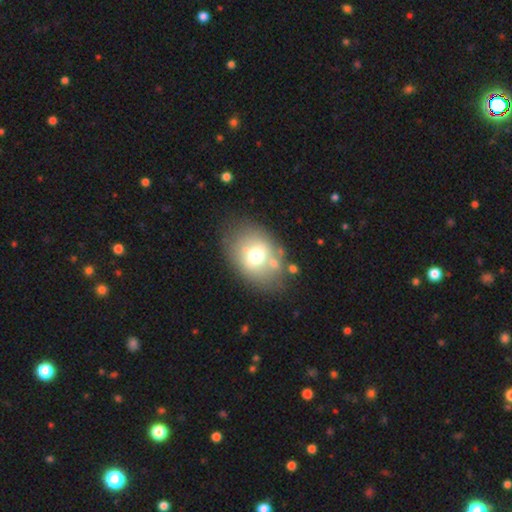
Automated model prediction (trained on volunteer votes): smooth 59%, featured or disk 29%, star or artifact 11%. Down the decision tree: how rounded — in between (64%); merging — none (69%).